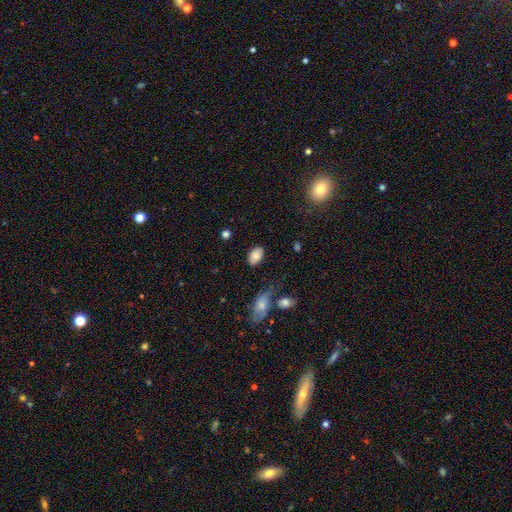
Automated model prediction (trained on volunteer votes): Overall: smooth (84%). How rounded: in between (87%). Merging: none (80%).